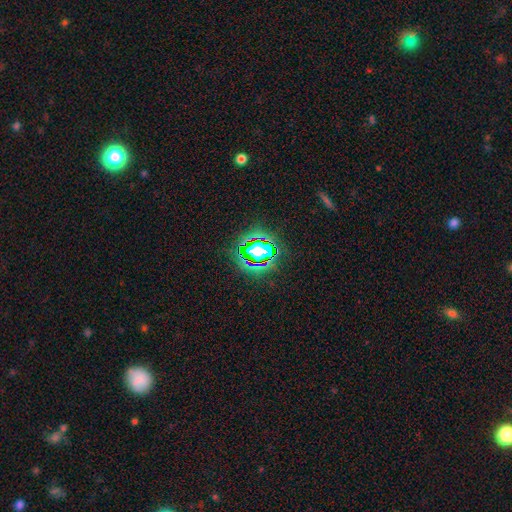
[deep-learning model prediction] Q: Smooth or featured?
A: star or artifact (78%); runner-up: smooth (14%)